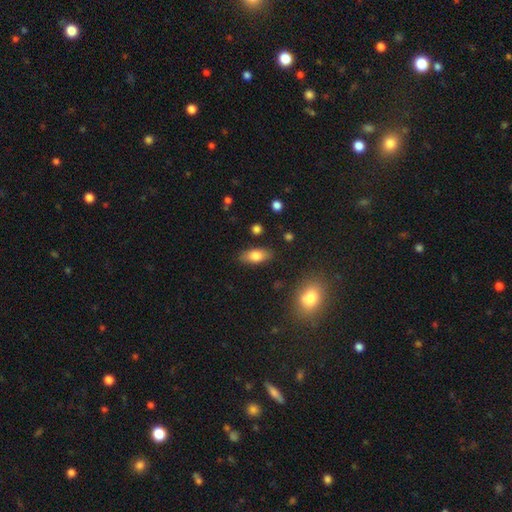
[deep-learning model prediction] This is likely a smooth galaxy (77%). How rounded: clearly in between (85%). Merging: clearly none (84%).